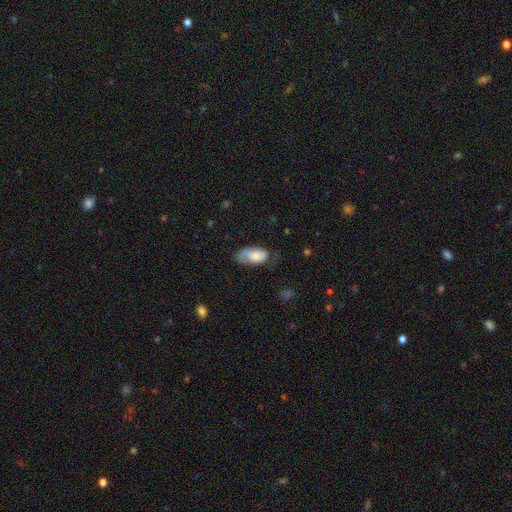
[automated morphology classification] smooth_or_featured: smooth (p=0.74) [alt: featured or disk p=0.20]
how_rounded: in between (p=0.93) [alt: cigar-shaped p=0.05]
merging: none (p=0.43) [alt: minor disturbance p=0.35]